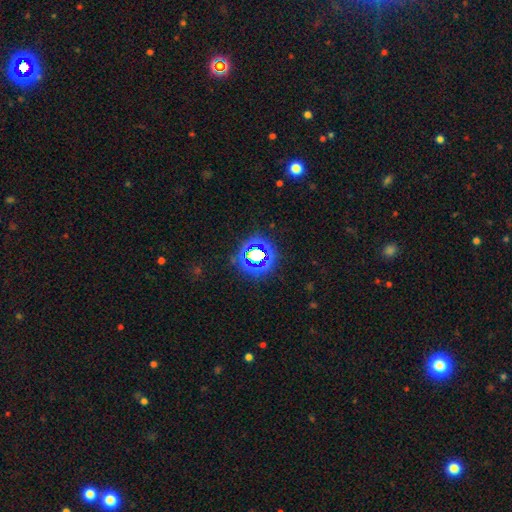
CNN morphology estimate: Q: Smooth or featured?
A: star or artifact (65%); runner-up: smooth (24%)